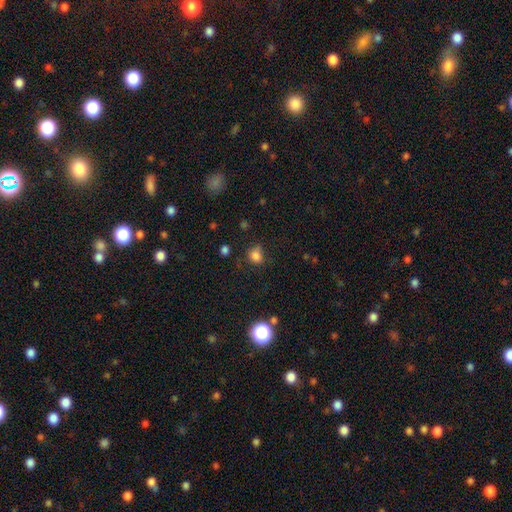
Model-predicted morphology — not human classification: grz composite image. It shows a smooth galaxy with no disk features (80%) that is round (69%). Merging: none (68%).